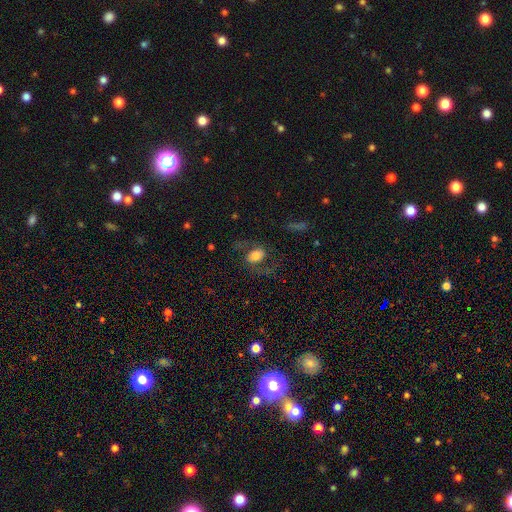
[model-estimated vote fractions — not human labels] Smooth or featured: smooth — 52% (featured or disk — 39%)
How rounded: in between — 73% (round — 25%)
Merging: none — 61% (major disturbance — 21%)